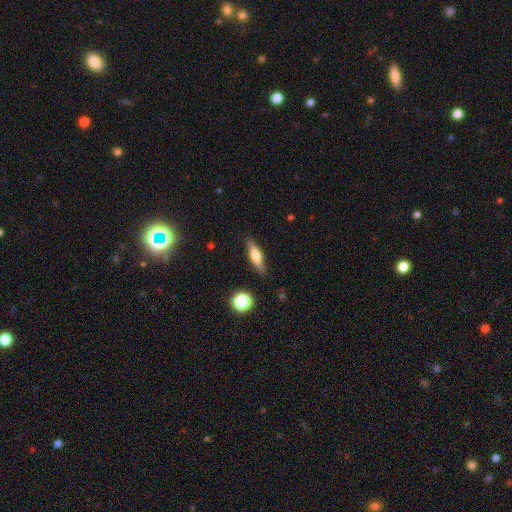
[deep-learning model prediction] Morphology: type=smooth (58%); roundness=cigar-shaped (57%); merging=none (82%).